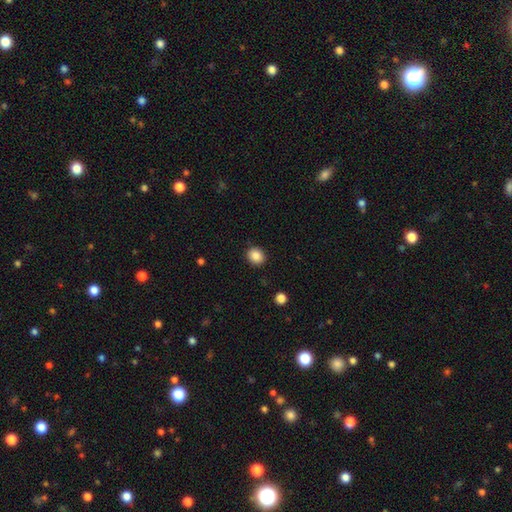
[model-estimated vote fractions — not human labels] This is clearly a smooth galaxy (86%). How rounded: likely round (72%). Merging: clearly none (90%).